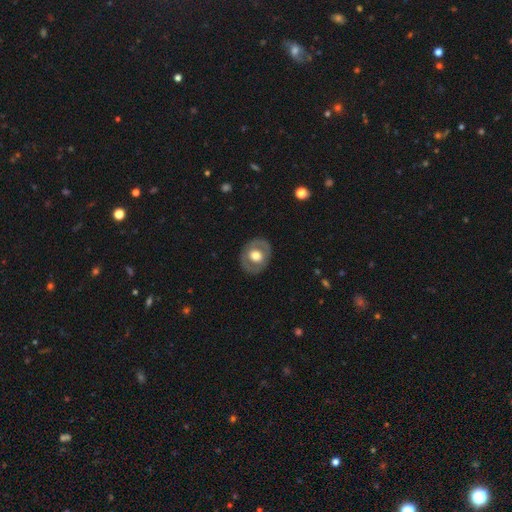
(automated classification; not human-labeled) This appears to be a smooth galaxy with no disk features (49%). Merging: none (84%).